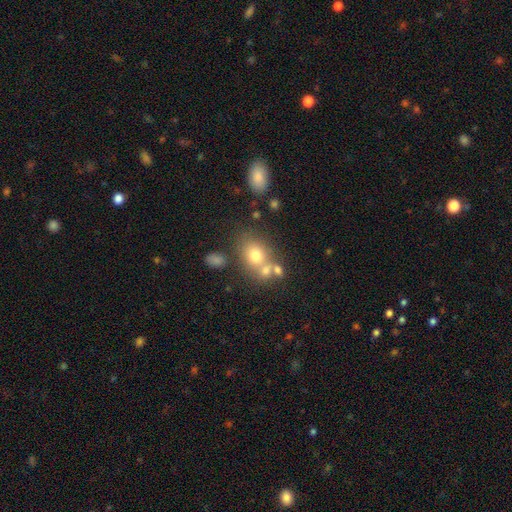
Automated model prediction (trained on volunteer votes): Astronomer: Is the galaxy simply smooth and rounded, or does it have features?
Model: smooth — 69%.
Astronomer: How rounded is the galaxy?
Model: round — 55% (runner-up: in between, 44%).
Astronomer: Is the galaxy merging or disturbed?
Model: none — 50% (runner-up: merger, 31%).